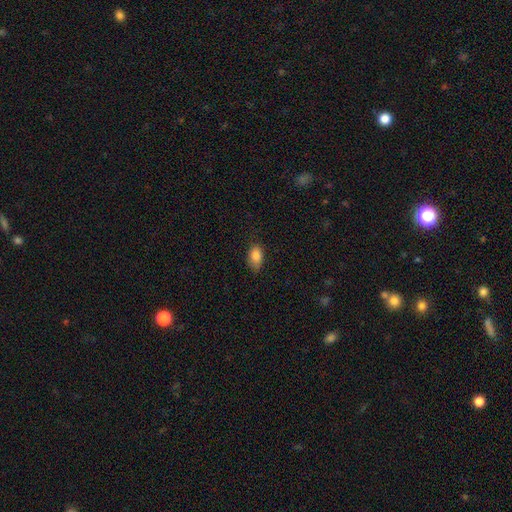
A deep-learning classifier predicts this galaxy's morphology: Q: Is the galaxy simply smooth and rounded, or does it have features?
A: smooth — 86%.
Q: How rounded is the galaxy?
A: in between — 88%.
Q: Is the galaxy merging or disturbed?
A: none — 71%.